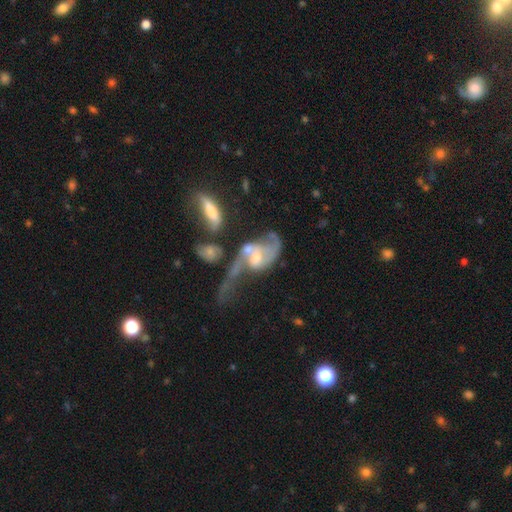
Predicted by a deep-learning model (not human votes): Smooth or featured: featured or disk — 75% (smooth — 17%)
Edge-on disk: no — 95% (yes — 5%)
Bar: no — 53% (weak — 37%)
Spiral arms: yes — 82% (no — 18%)
Spiral winding: loose — 70% (medium — 23%)
Spiral arm count: 2 — 73% (1 — 14%)
Bulge size: moderate — 59% (small — 24%)
Merging: merger — 43% (major disturbance — 34%)